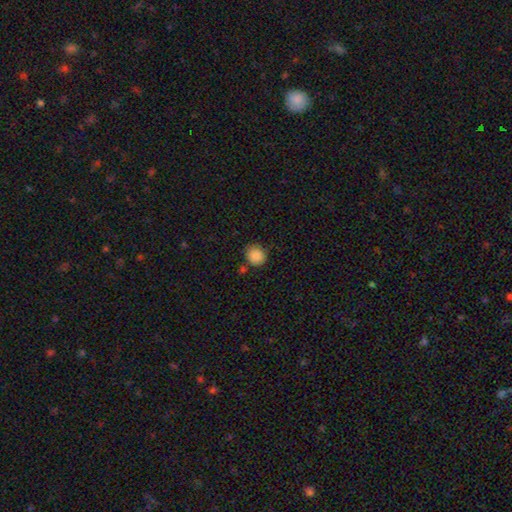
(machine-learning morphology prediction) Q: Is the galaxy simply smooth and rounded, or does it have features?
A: smooth — 88%.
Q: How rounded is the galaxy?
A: round — 84%.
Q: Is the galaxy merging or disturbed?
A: none — 73%.